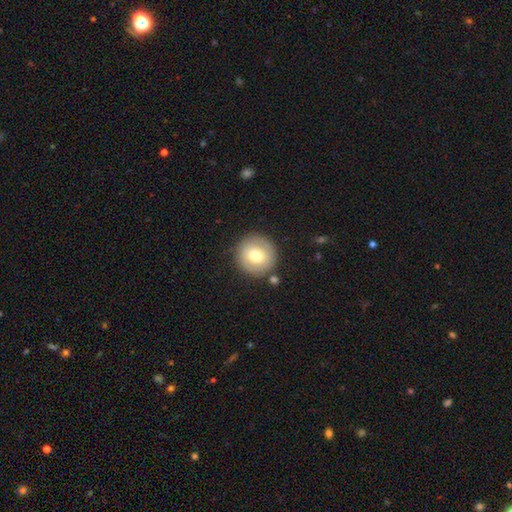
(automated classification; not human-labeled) Morphology: type=smooth (71%); roundness=round (95%); merging=none (84%).